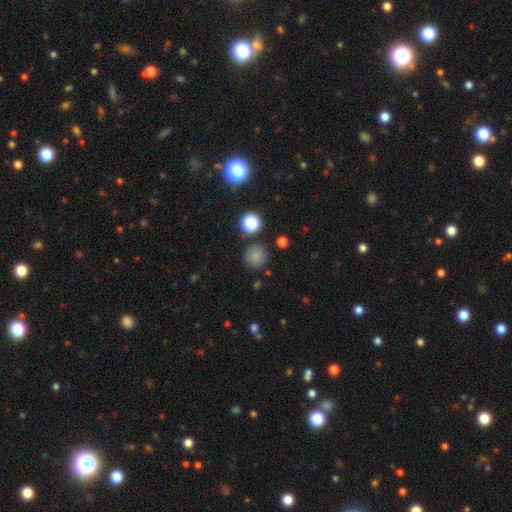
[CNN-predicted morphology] Smooth or featured? smooth (79%)
How rounded? round (93%)
Merging? none (84%)